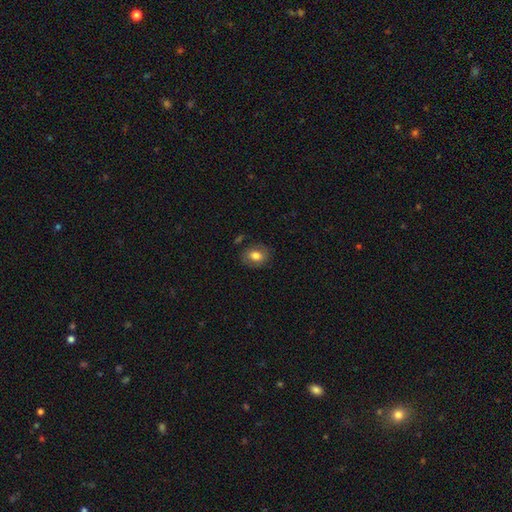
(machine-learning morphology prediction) Smooth or featured?
  - smooth: 77% *
  - featured or disk: 14%
  - star or artifact: 9%
How rounded?
  - in between: 52% *
  - round: 47%
  - cigar-shaped: 1%
Merging?
  - none: 81% *
  - minor disturbance: 13%
  - major disturbance: 3%
  - merger: 2%